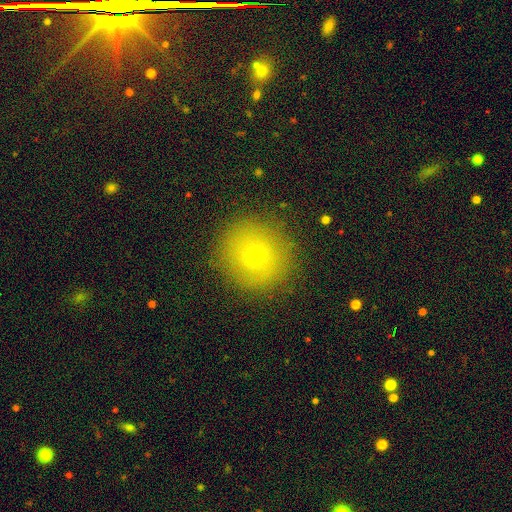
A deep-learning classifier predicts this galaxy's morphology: This is possibly a smooth galaxy (57%). How rounded: clearly round (93%). Merging: clearly none (87%).